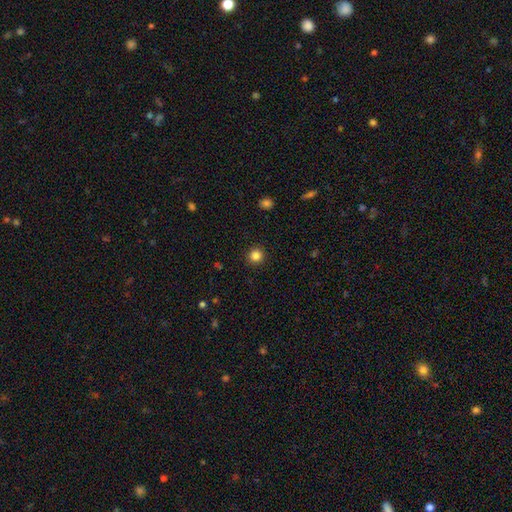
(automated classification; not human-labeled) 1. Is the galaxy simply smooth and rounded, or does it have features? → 84% smooth, 12% star or artifact, 4% featured or disk.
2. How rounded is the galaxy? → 94% round, 5% in between, 1% cigar-shaped.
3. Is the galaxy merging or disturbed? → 92% none, 5% minor disturbance, 2% major disturbance, 1% merger.